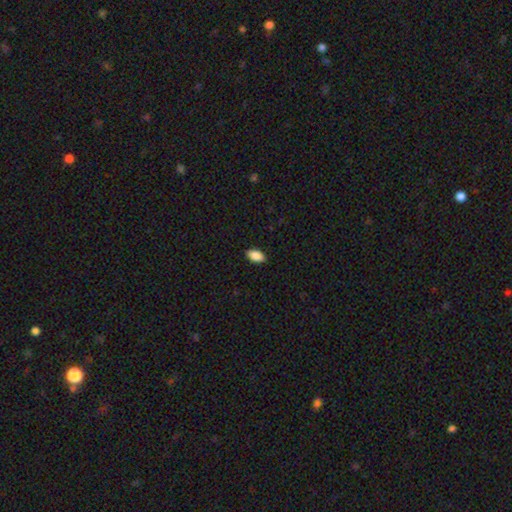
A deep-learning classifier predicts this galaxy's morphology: smooth_or_featured: smooth (p=0.88) [alt: star or artifact p=0.07]
how_rounded: in between (p=0.93) [alt: round p=0.04]
merging: none (p=0.90) [alt: minor disturbance p=0.07]